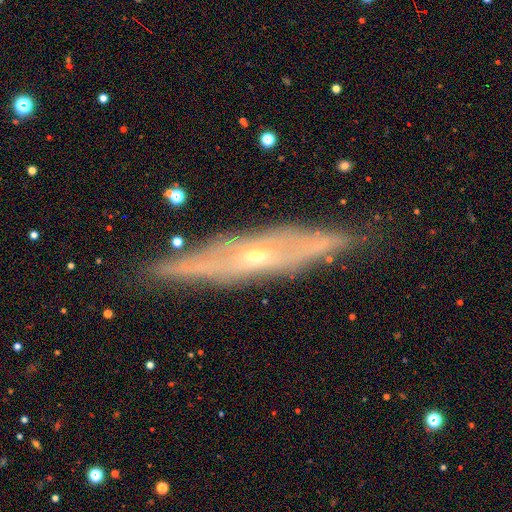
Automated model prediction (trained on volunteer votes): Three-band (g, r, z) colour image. It shows a featured or disk galaxy (76%) viewed edge-on (66%) with a rounded central bulge (70%). Merging: none (81%).